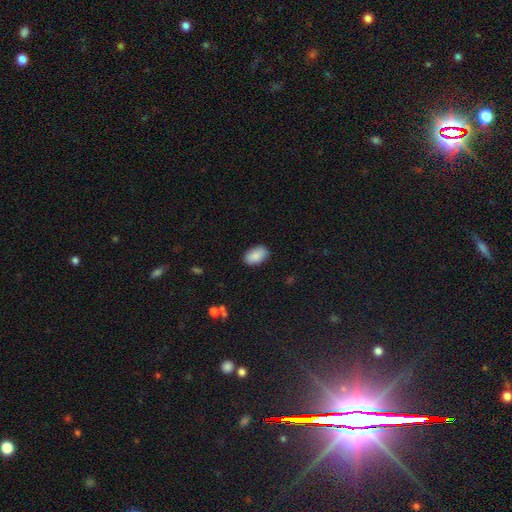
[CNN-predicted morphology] Smooth or featured: smooth — 88% (star or artifact — 7%)
How rounded: in between — 93% (round — 6%)
Merging: none — 86% (minor disturbance — 10%)